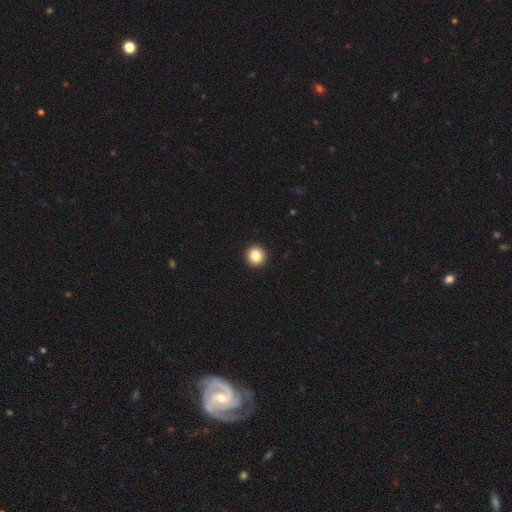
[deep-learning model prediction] Q: Smooth or featured?
A: smooth (85%); runner-up: star or artifact (10%)
Q: How rounded?
A: round (95%); runner-up: in between (5%)
Q: Merging?
A: none (94%); runner-up: minor disturbance (3%)